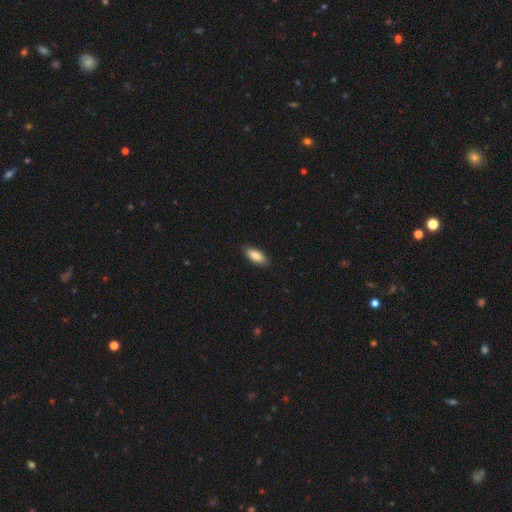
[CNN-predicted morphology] A smooth galaxy with no disk features (85%) that is in between round and cigar-shaped (81%). Merging: none (87%).